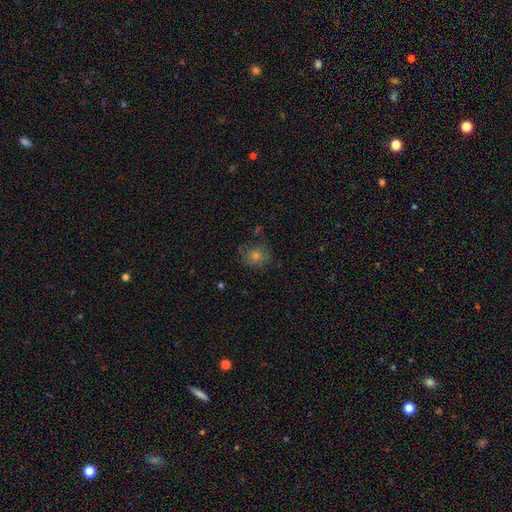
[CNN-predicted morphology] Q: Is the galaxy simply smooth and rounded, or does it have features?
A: smooth — 54%.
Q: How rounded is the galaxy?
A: round — 79%.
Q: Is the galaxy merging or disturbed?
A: none — 74%.